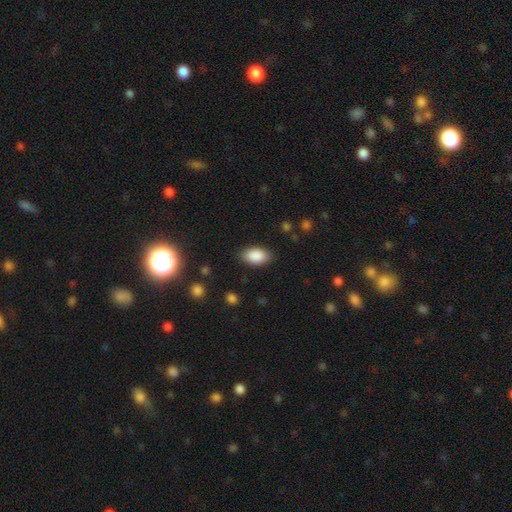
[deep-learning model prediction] Q: Smooth or featured?
A: smooth (89%); runner-up: star or artifact (7%)
Q: How rounded?
A: in between (93%); runner-up: round (5%)
Q: Merging?
A: none (86%); runner-up: minor disturbance (10%)